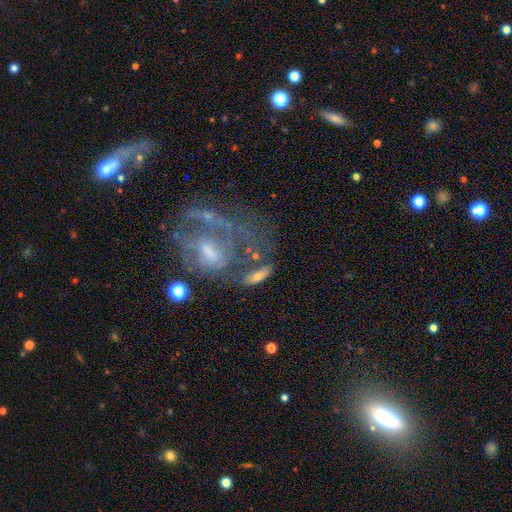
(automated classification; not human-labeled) Smooth or featured?
  - featured or disk: 51% *
  - smooth: 36%
  - star or artifact: 13%
Edge-on disk?
  - no: 79% *
  - yes: 21%
Merging?
  - none: 41% *
  - major disturbance: 23%
  - minor disturbance: 19%
  - merger: 17%